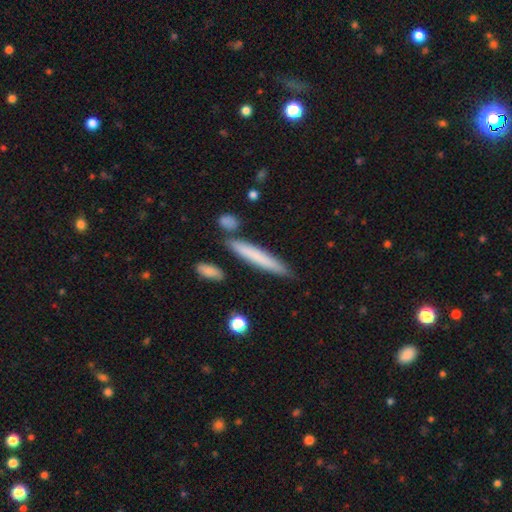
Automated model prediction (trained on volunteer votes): The model was most divided on "smooth or featured": smooth: 70%, featured or disk: 24%, star or artifact: 6%. More confident: how rounded — cigar-shaped (94%); merging — none (82%).